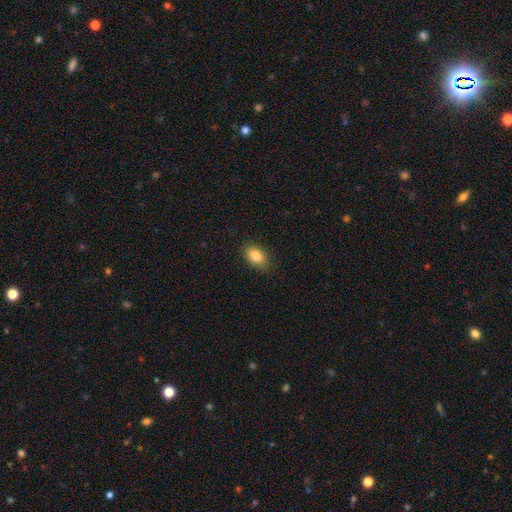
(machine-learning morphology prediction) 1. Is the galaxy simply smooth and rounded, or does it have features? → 85% smooth, 8% star or artifact, 7% featured or disk.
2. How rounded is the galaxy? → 89% in between, 9% round, 2% cigar-shaped.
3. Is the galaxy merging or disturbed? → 85% none, 12% minor disturbance, 3% major disturbance, 1% merger.